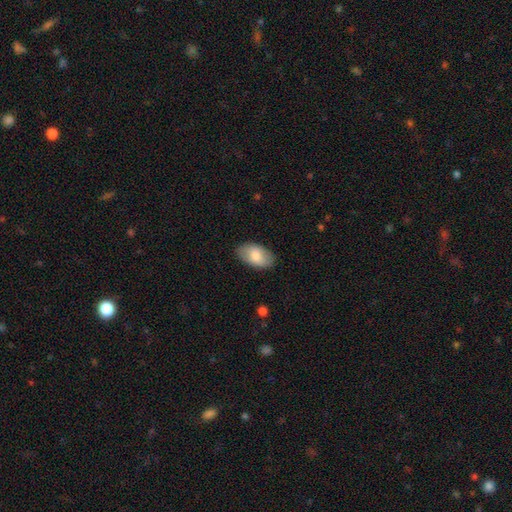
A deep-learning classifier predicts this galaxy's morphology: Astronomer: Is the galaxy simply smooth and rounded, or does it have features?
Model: smooth — 77%.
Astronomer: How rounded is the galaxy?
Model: in between — 94%.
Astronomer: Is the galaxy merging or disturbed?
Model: none — 85%.